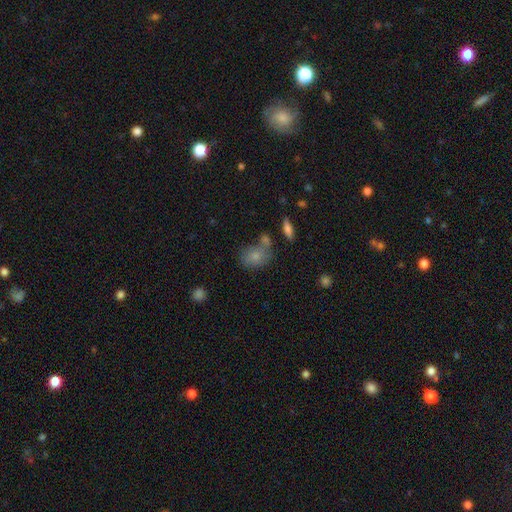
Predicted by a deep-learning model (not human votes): smooth-or-featured: smooth: 74% | featured or disk: 16% | star or artifact: 10%
  how-rounded: in between: 58% | round: 40% | cigar-shaped: 2%
  merging: none: 50% | merger: 24% | minor disturbance: 18% | major disturbance: 7%